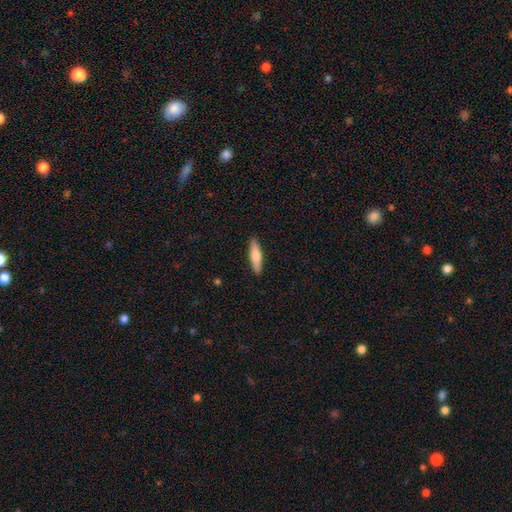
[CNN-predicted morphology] Smooth or featured? smooth (69%)
How rounded? cigar-shaped (69%)
Merging? none (90%)